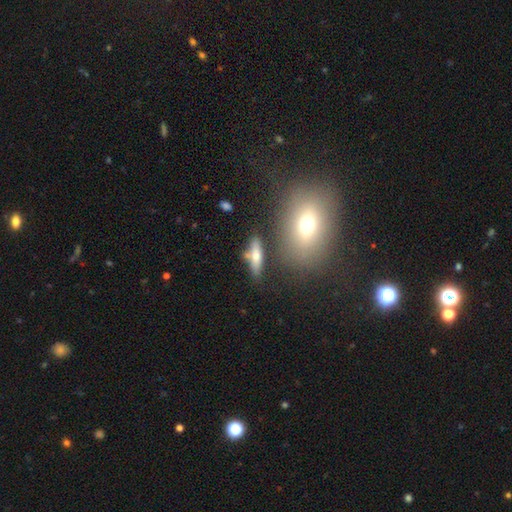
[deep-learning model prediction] Smooth or featured?
  - smooth: 56% *
  - featured or disk: 34%
  - star or artifact: 9%
How rounded?
  - cigar-shaped: 50% *
  - in between: 44%
  - round: 6%
Merging?
  - none: 67% *
  - minor disturbance: 14%
  - merger: 13%
  - major disturbance: 6%